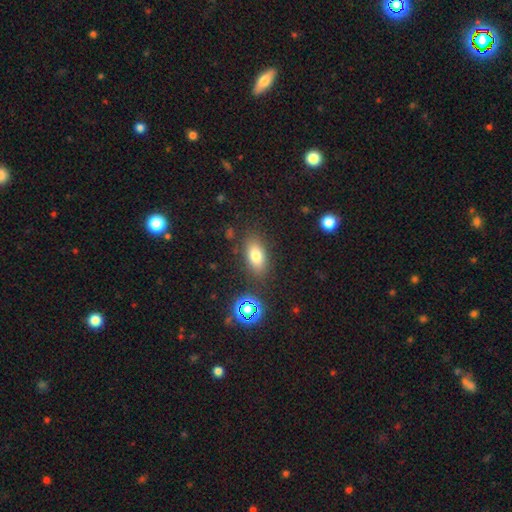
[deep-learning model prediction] Smooth or featured? Predicted: smooth (p=0.76). How rounded? Predicted: in between (p=0.85). Merging? Predicted: none (p=0.82).